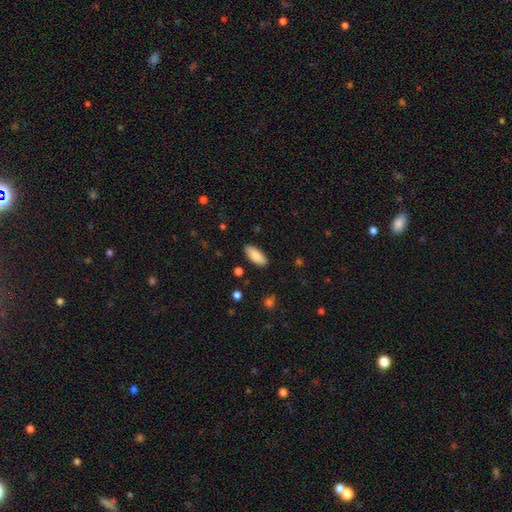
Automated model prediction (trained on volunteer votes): Morphology: type=smooth (87%); roundness=in between (84%); merging=none (87%).